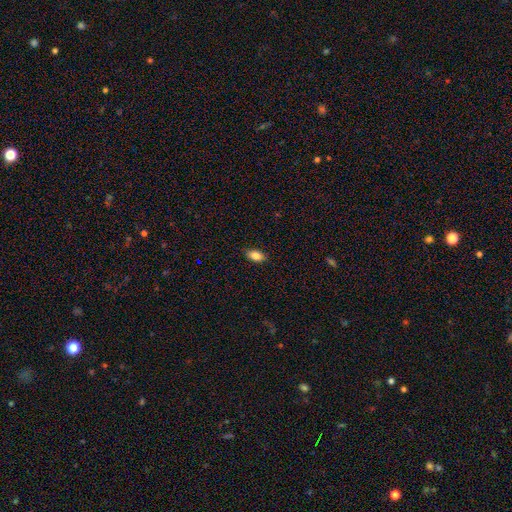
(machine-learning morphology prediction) smooth 85%, star or artifact 8%, featured or disk 7%. Down the decision tree: how rounded — in between (89%); merging — none (86%).